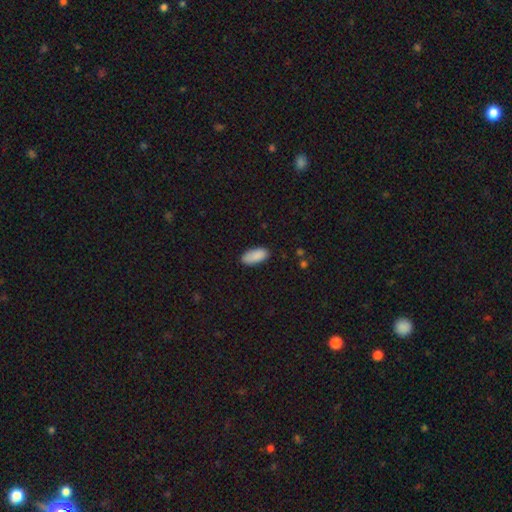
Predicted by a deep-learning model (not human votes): Smooth or featured? Predicted: smooth (p=0.90). How rounded? Predicted: in between (p=0.90). Merging? Predicted: none (p=0.85).